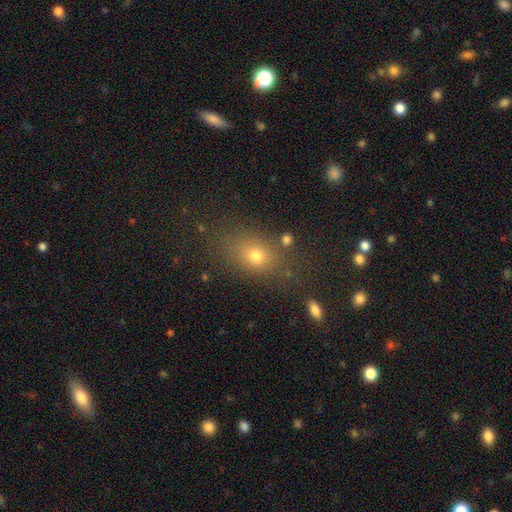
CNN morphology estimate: Smooth or featured? Predicted: smooth (p=0.70). How rounded? Predicted: in between (p=0.62). Merging? Predicted: none (p=0.76).